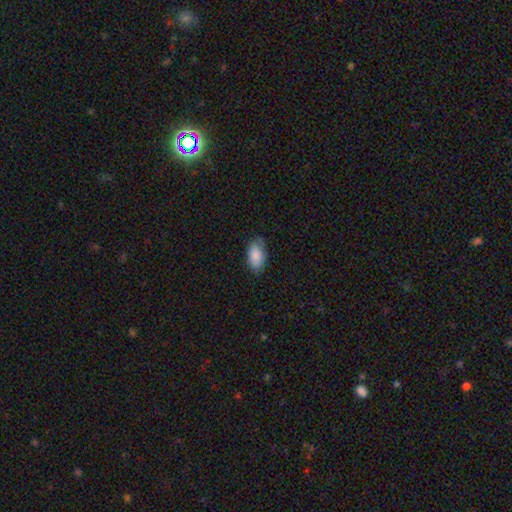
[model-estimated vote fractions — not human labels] The model was most divided on "merging": none: 76%, minor disturbance: 19%, major disturbance: 4%, merger: 1%. More confident: how rounded — in between (94%); smooth or featured — smooth (87%).